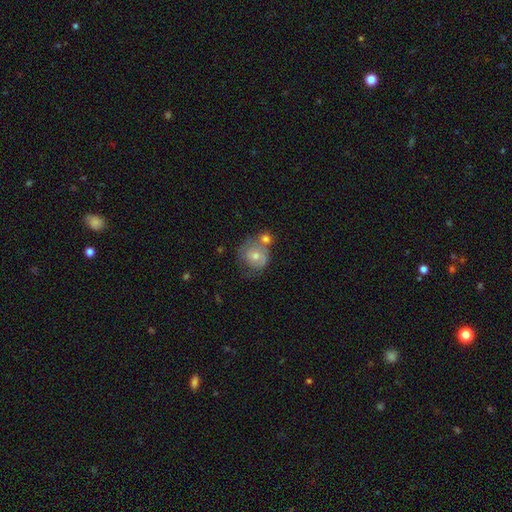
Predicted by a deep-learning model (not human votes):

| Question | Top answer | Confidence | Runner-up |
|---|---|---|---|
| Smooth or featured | smooth | 57% | featured or disk (35%) |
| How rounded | round | 77% | in between (22%) |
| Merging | none | 37% | merger (33%) |